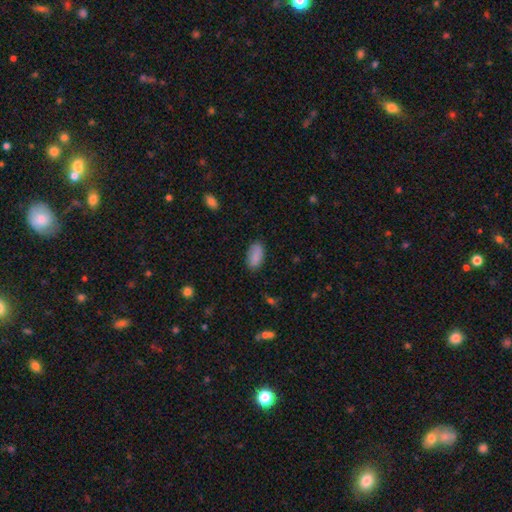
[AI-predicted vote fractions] A smooth galaxy with no disk features (88%) that is in between round and cigar-shaped (94%).

Vote fractions:
- Smooth or featured? smooth: 88% / star or artifact: 7% / featured or disk: 5%
- How rounded? in between: 94% / cigar-shaped: 4% / round: 3%
- Merging? none: 83% / minor disturbance: 13% / major disturbance: 3% / merger: 1%